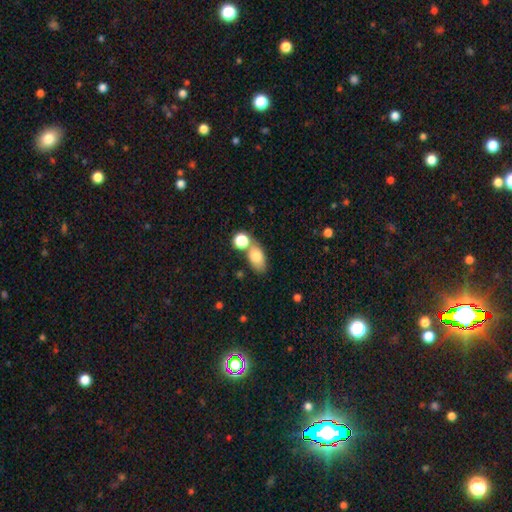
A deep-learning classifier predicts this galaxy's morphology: A smooth galaxy with no disk features (79%) that is in between round and cigar-shaped (85%). Merging: none (51%).